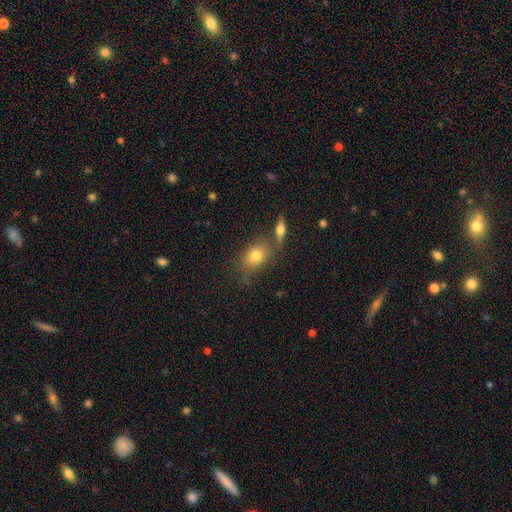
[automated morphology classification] The model was most divided on "how rounded": in between: 69%, round: 28%, cigar-shaped: 3%. More confident: smooth or featured — smooth (75%); merging — none (61%).